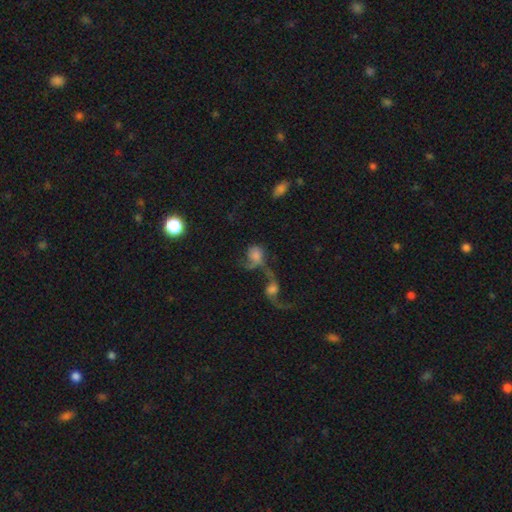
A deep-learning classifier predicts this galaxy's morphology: A featured or disk galaxy (45%). Merging: merger (65%).